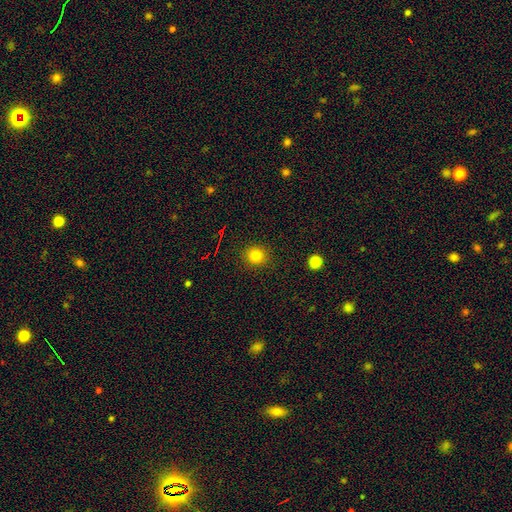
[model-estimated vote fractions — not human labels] The model was most divided on "smooth or featured": smooth: 80%, star or artifact: 14%, featured or disk: 6%. More confident: how rounded — round (91%); merging — none (91%).